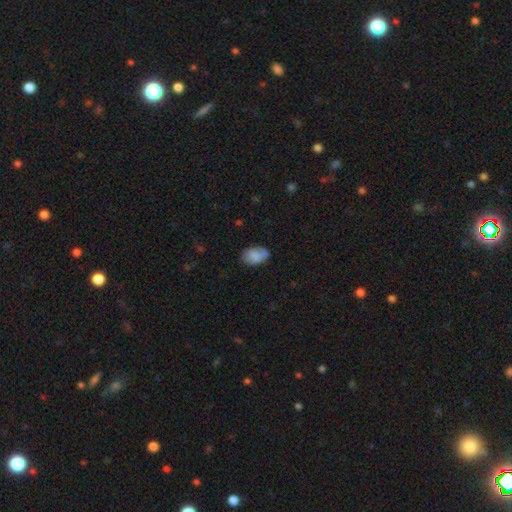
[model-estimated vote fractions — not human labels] Smooth or featured?
  - smooth: 82% *
  - featured or disk: 10%
  - star or artifact: 7%
How rounded?
  - in between: 87% *
  - round: 12%
  - cigar-shaped: 1%
Merging?
  - none: 71% *
  - minor disturbance: 22%
  - major disturbance: 5%
  - merger: 2%